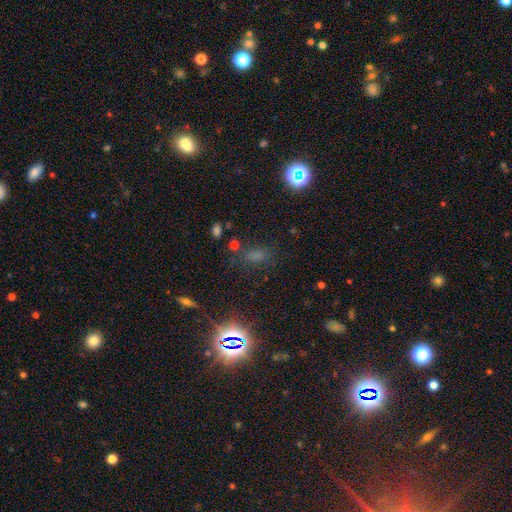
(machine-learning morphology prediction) type=smooth (50%); roundness=in between (70%); merging=none (75%).